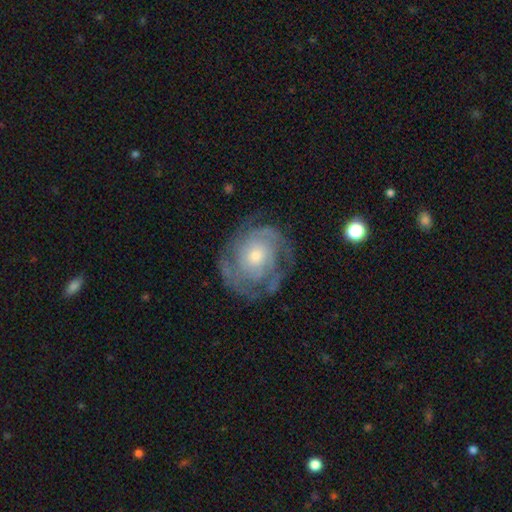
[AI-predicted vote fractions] smooth-or-featured: featured or disk: 82% | smooth: 12% | star or artifact: 6%
  disk-edge-on: no: 97% | yes: 3%
    bar: no: 80% | weak: 17% | strong: 3%
    has-spiral-arms: yes: 91% | no: 9%
      spiral-winding: tight: 68% | medium: 26% | loose: 7%
      spiral-arm-count: can't tell: 39% | 3: 21% | 2: 17% | 4: 11% | more than 4: 6% | 1: 6%
    bulge-size: moderate: 53% | small: 39% | large: 5% | none: 2% | dominant: 1%
  merging: none: 73% | minor disturbance: 17% | major disturbance: 9% | merger: 1%